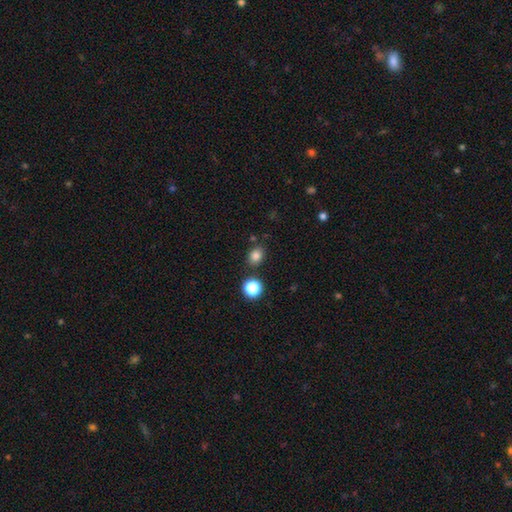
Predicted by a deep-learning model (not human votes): smooth_or_featured: smooth (p=0.82) [alt: star or artifact p=0.13]
how_rounded: round (p=0.55) [alt: in between p=0.44]
merging: none (p=0.81) [alt: minor disturbance p=0.10]